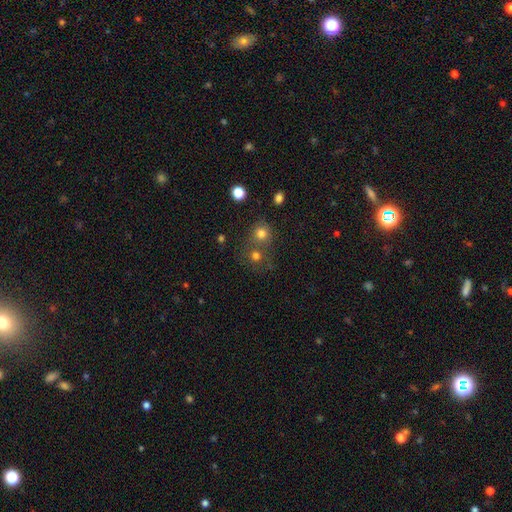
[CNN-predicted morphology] type=smooth (72%); roundness=round (87%); merging=none (53%).